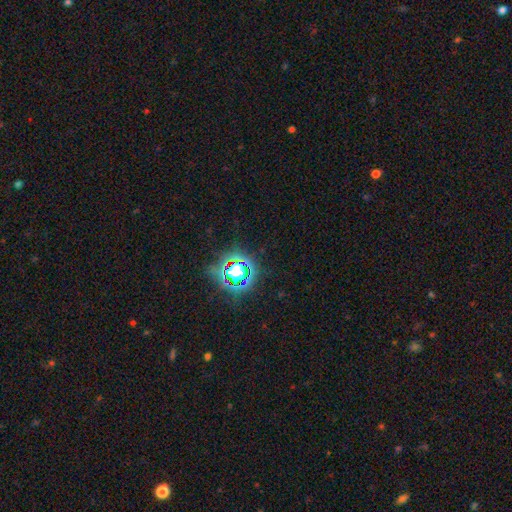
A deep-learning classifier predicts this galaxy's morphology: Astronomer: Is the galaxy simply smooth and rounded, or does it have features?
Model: star or artifact — 78%.